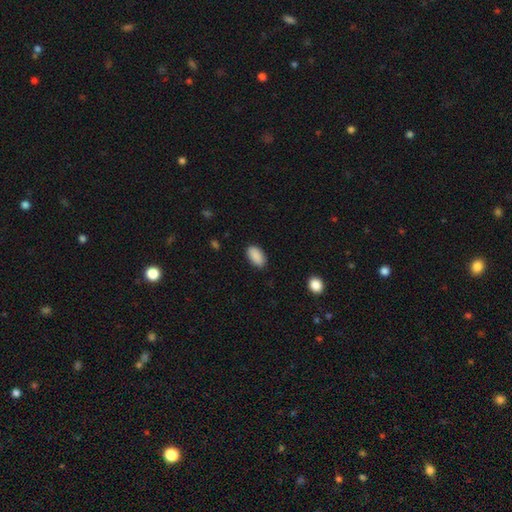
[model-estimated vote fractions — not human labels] Morphology: type=smooth (90%); roundness=in between (94%); merging=none (87%).